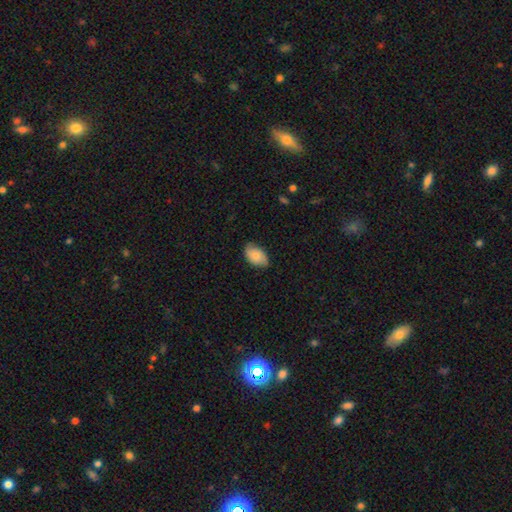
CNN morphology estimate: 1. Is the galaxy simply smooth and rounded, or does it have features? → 75% smooth, 18% featured or disk, 7% star or artifact.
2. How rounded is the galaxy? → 90% in between, 8% round, 1% cigar-shaped.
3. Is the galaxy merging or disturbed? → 73% none, 22% minor disturbance, 4% major disturbance, 1% merger.